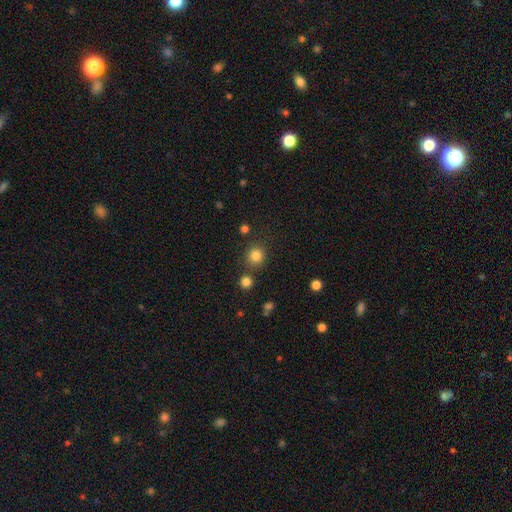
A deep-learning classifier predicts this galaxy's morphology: A smooth galaxy with no disk features (83%) that is round (91%).

Vote fractions:
- Smooth or featured? smooth: 83% / star or artifact: 13% / featured or disk: 5%
- How rounded? round: 91% / in between: 8% / cigar-shaped: 1%
- Merging? none: 82% / minor disturbance: 8% / merger: 8% / major disturbance: 3%